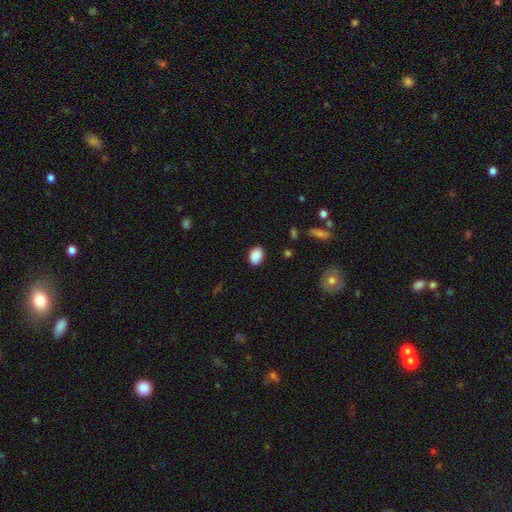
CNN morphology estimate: smooth_or_featured: smooth (p=0.89) [alt: star or artifact p=0.08]
how_rounded: in between (p=0.74) [alt: round p=0.25]
merging: none (p=0.86) [alt: minor disturbance p=0.10]